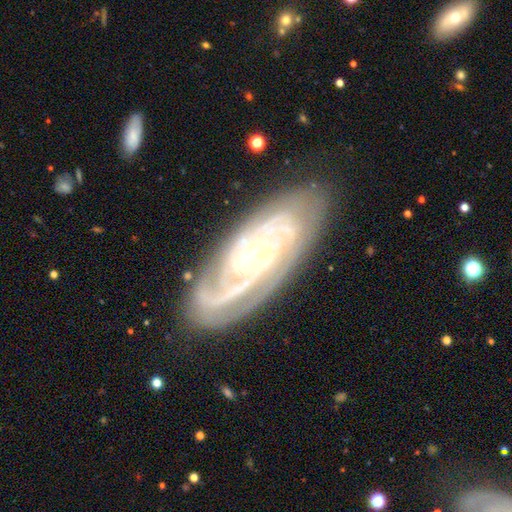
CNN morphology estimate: This appears to be a featured or disk galaxy (89%) with no bar (60%), 3 (31%) tight (70%) spiral arms (98%) and a small central bulge (69%). Merging: none (78%).